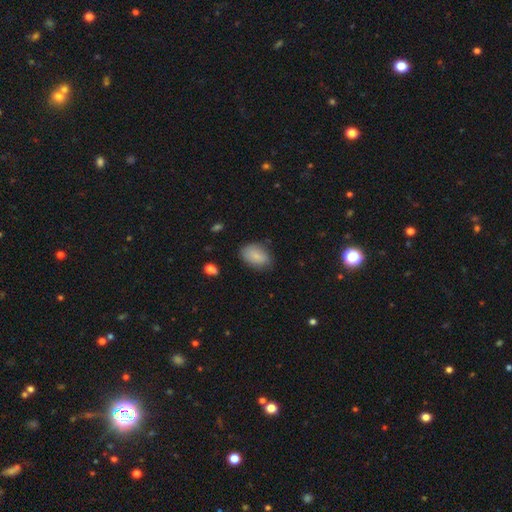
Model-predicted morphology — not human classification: Smooth or featured? Predicted: smooth (p=0.83). How rounded? Predicted: in between (p=0.88). Merging? Predicted: none (p=0.75).